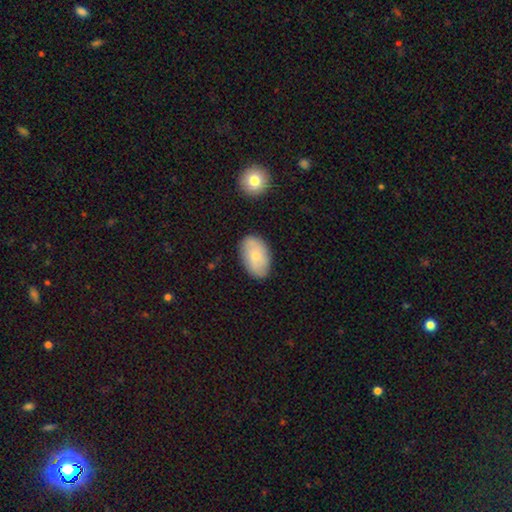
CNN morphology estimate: Smooth or featured: smooth — 67% (featured or disk — 27%)
How rounded: in between — 91% (round — 7%)
Merging: none — 83% (minor disturbance — 13%)